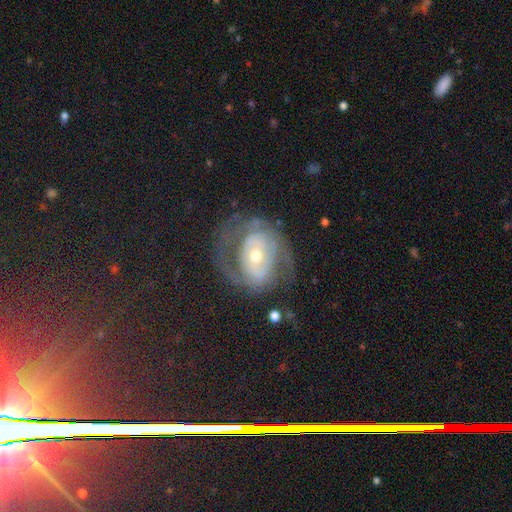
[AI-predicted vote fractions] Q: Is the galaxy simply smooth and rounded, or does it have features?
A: featured or disk — 75%.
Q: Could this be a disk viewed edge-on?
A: no — 96%.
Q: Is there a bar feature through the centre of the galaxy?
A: no — 53%.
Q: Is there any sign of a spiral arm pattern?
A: yes — 71%.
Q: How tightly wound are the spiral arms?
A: tight — 41%.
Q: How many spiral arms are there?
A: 2 — 59%.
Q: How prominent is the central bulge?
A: moderate — 56%.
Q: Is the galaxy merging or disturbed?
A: none — 53%.